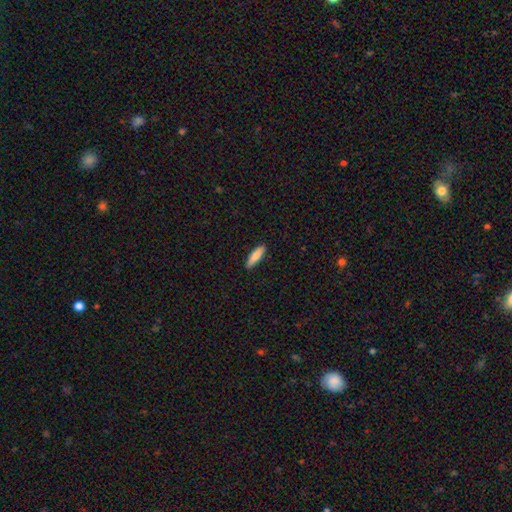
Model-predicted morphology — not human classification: Smooth or featured? Predicted: smooth (p=0.83). How rounded? Predicted: cigar-shaped (p=0.67). Merging? Predicted: none (p=0.90).